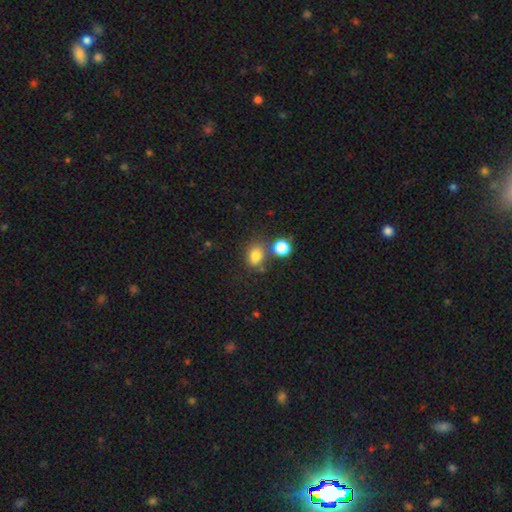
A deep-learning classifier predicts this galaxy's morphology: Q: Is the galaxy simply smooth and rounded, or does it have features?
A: smooth — 80%.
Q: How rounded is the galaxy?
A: in between — 59%.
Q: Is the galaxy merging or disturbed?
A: none — 60%.